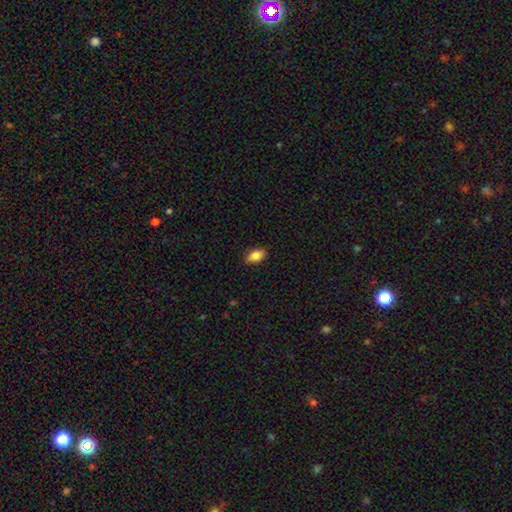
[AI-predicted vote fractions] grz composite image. It shows a smooth galaxy with no disk features (84%) that is in between round and cigar-shaped (90%). Merging: none (86%).